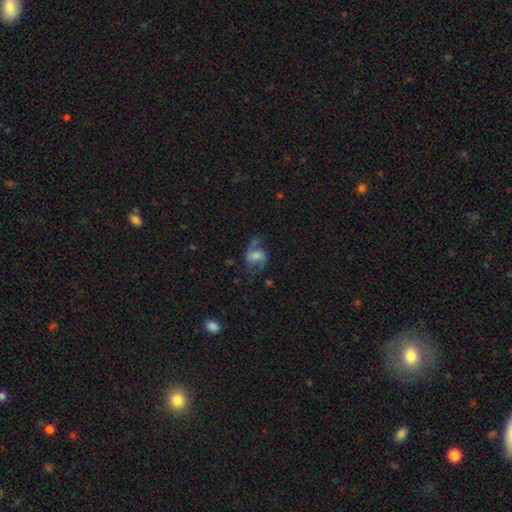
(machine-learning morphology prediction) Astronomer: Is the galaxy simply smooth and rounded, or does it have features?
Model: featured or disk — 71%.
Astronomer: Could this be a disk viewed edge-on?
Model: no — 97%.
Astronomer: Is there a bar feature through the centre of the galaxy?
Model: weak — 48% (runner-up: no, 30%).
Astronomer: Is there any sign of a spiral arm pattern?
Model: yes — 90%.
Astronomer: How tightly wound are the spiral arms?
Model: loose — 52% (runner-up: medium, 40%).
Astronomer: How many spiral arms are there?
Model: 2 — 86%.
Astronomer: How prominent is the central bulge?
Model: moderate — 37% (runner-up: small, 34%).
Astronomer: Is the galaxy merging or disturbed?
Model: none — 55%.